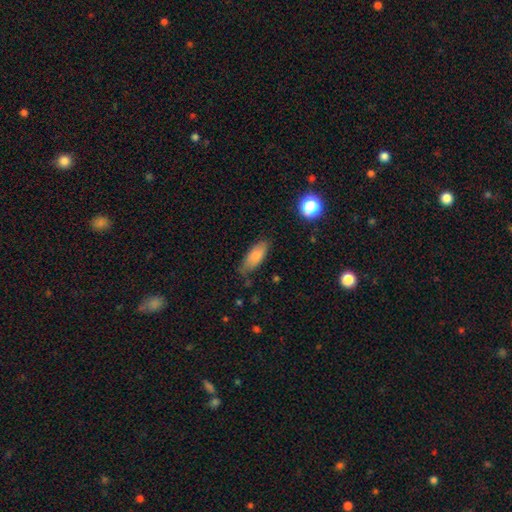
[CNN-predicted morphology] This is clearly a smooth galaxy (84%). How rounded: likely in between (75%). Merging: likely none (70%).